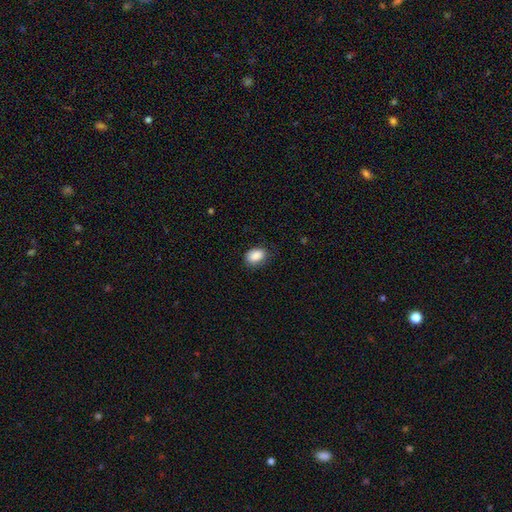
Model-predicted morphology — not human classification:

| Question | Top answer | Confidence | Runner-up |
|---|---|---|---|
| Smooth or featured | smooth | 88% | star or artifact (8%) |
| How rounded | in between | 80% | round (19%) |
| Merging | none | 78% | minor disturbance (17%) |